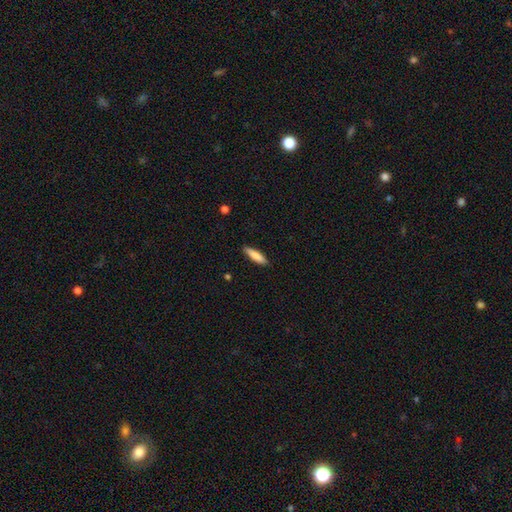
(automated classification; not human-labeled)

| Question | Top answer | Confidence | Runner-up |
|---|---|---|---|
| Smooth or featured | smooth | 84% | featured or disk (11%) |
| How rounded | cigar-shaped | 71% | in between (28%) |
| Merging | none | 88% | minor disturbance (9%) |